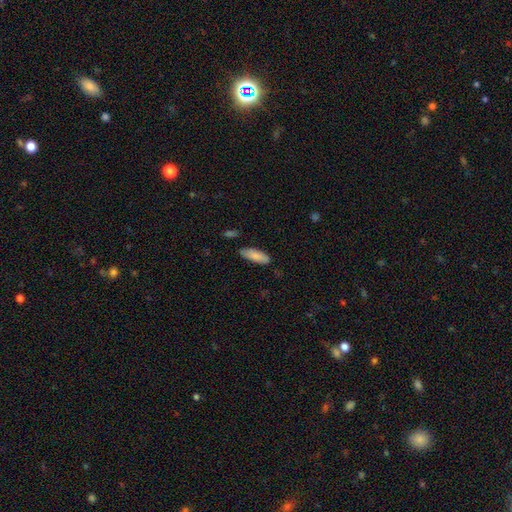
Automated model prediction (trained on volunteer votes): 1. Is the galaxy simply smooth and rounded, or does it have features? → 84% smooth, 9% featured or disk, 6% star or artifact.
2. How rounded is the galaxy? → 61% in between, 37% cigar-shaped, 2% round.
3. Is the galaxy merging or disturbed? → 78% none, 17% minor disturbance, 3% major disturbance, 3% merger.